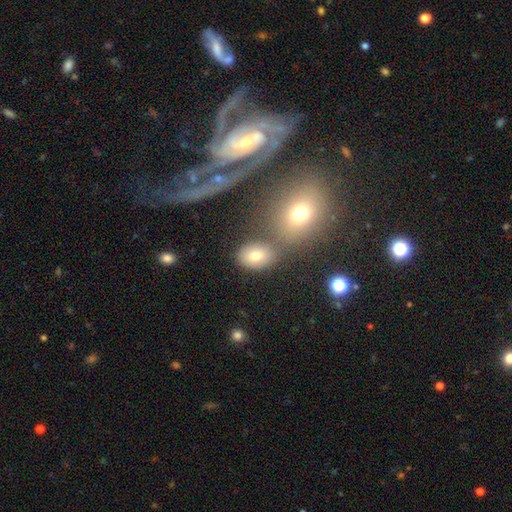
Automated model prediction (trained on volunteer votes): smooth-or-featured: smooth: 73% | star or artifact: 14% | featured or disk: 13%
  how-rounded: in between: 68% | round: 30% | cigar-shaped: 1%
  merging: none: 66% | merger: 17% | minor disturbance: 12% | major disturbance: 5%